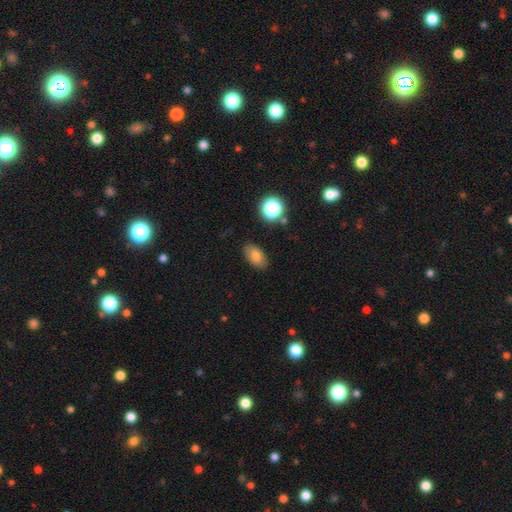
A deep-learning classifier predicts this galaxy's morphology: Smooth or featured: smooth — 77% (featured or disk — 13%)
How rounded: in between — 90% (round — 8%)
Merging: none — 84% (minor disturbance — 11%)